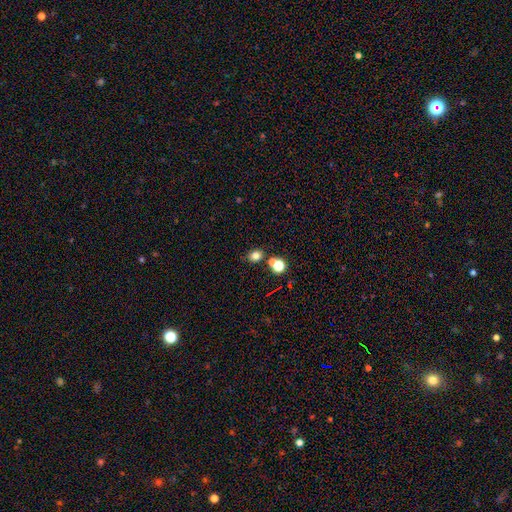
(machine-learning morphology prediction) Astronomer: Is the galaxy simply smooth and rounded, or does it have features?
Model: smooth — 76%.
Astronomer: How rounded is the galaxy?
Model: round — 59% (runner-up: in between, 40%).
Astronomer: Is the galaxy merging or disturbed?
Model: none — 70%.